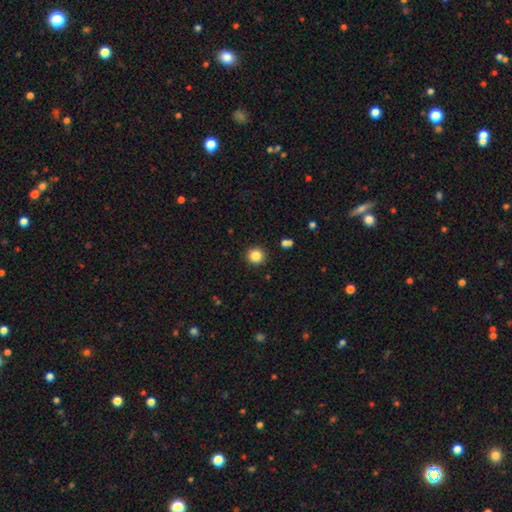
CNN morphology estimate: smooth 84%, star or artifact 11%, featured or disk 5%. Down the decision tree: how rounded — round (93%); merging — none (91%).